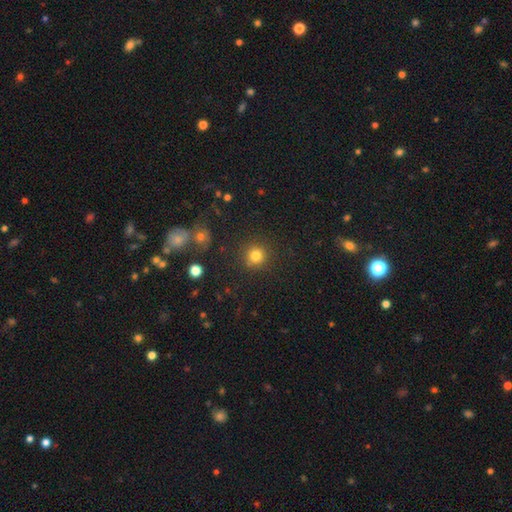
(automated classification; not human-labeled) Overall: smooth (81%). How rounded: round (92%). Merging: none (88%).